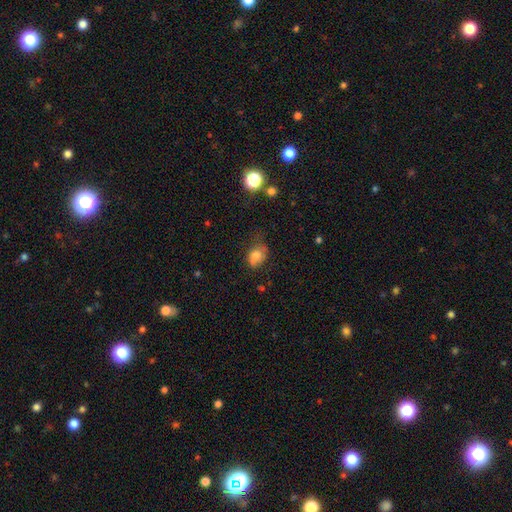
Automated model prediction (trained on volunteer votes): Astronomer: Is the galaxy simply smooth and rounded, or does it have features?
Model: smooth — 76%.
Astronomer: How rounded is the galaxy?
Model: in between — 65%.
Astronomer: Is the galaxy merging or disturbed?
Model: none — 47% (runner-up: minor disturbance, 34%).